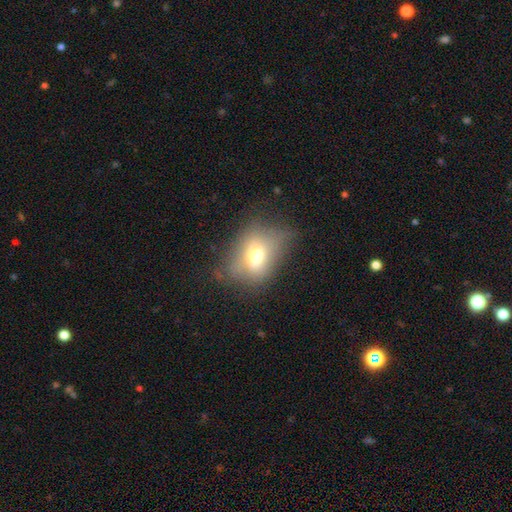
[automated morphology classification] Smooth or featured: smooth — 64% (featured or disk — 24%)
How rounded: in between — 68% (round — 29%)
Merging: none — 56% (minor disturbance — 27%)